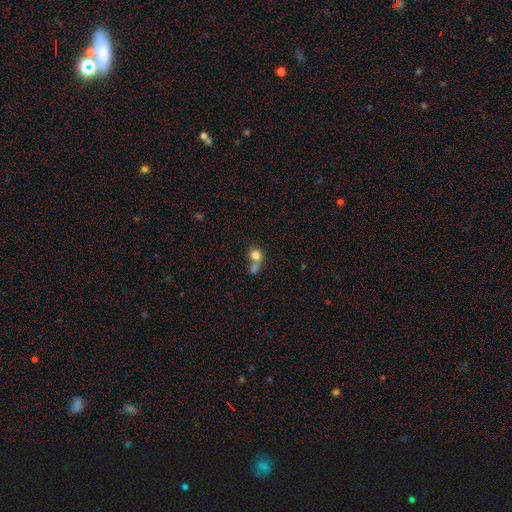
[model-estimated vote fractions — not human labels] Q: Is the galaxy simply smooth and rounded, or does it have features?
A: smooth — 78%.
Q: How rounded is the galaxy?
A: round — 81%.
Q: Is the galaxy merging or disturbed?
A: merger — 52%.